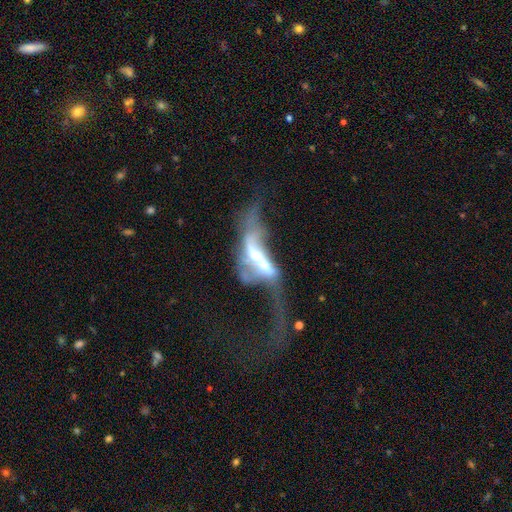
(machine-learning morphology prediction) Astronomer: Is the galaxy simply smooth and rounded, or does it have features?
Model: featured or disk — 68%.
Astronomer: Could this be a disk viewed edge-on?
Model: no — 83%.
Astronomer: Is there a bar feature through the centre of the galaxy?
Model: no — 51%.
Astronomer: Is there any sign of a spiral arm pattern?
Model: no — 57% (runner-up: yes, 43%).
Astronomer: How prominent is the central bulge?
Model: moderate — 45%.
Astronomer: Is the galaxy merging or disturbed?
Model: merger — 63%.